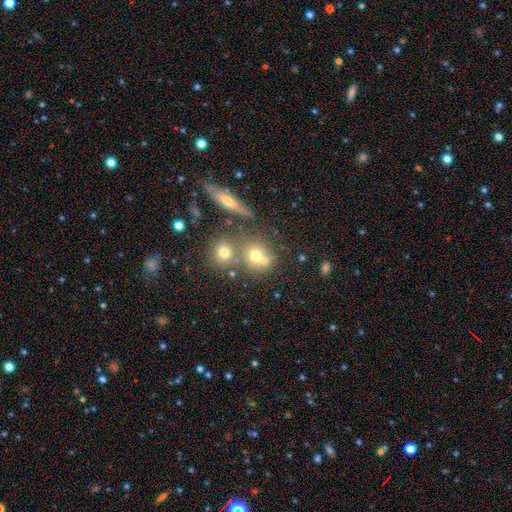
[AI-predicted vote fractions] smooth_or_featured: smooth (p=0.64) [alt: featured or disk p=0.18]
how_rounded: round (p=0.77) [alt: in between p=0.20]
merging: none (p=0.51) [alt: merger p=0.36]